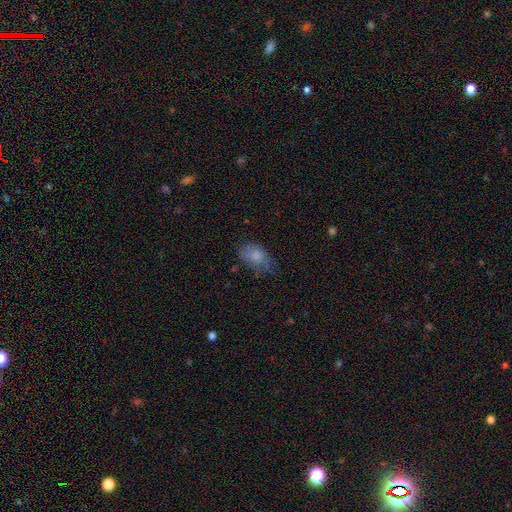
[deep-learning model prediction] smooth-or-featured: smooth: 77% | featured or disk: 14% | star or artifact: 9%
  how-rounded: in between: 82% | round: 16% | cigar-shaped: 2%
  merging: none: 55% | minor disturbance: 31% | major disturbance: 11% | merger: 2%